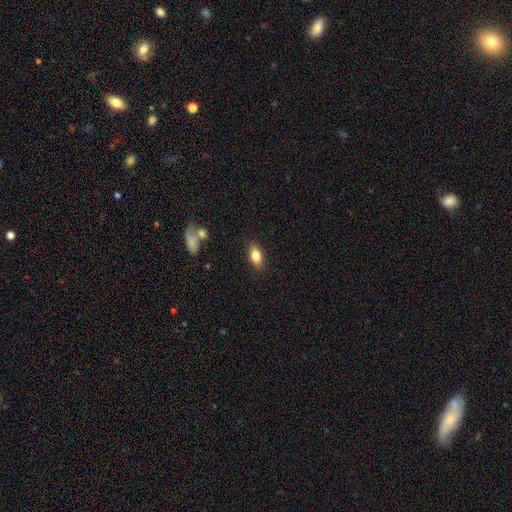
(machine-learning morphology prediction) Smooth or featured?
  - smooth: 80% *
  - featured or disk: 12%
  - star or artifact: 8%
How rounded?
  - in between: 86% *
  - cigar-shaped: 10%
  - round: 5%
Merging?
  - none: 86% *
  - minor disturbance: 9%
  - major disturbance: 2%
  - merger: 2%